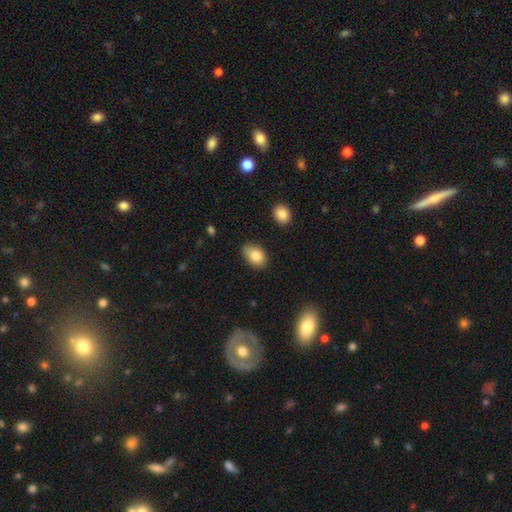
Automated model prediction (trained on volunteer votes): Smooth or featured: smooth — 84% (star or artifact — 9%)
How rounded: in between — 79% (round — 20%)
Merging: none — 71% (minor disturbance — 23%)